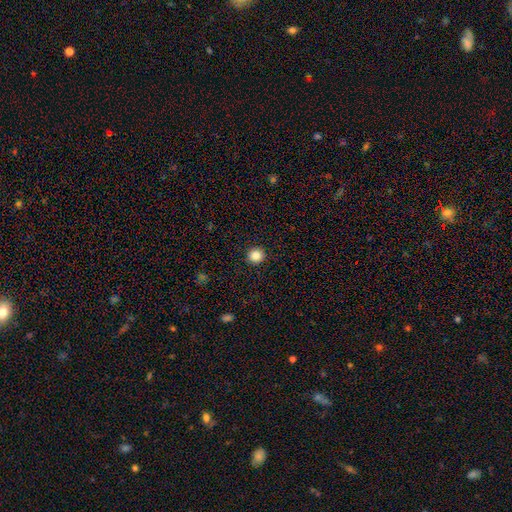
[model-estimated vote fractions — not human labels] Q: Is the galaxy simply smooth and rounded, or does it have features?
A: smooth — 86%.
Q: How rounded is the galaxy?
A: round — 92%.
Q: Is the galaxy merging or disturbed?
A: none — 92%.